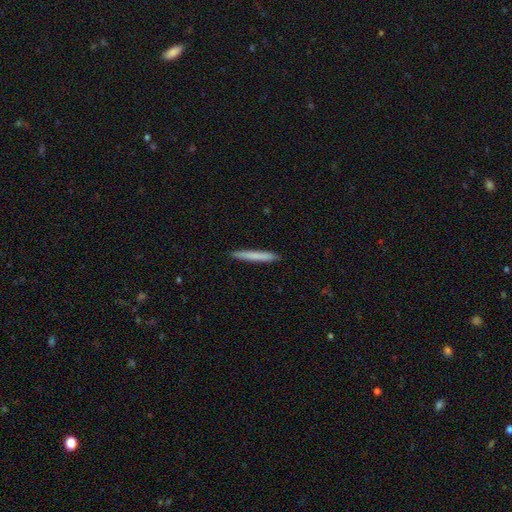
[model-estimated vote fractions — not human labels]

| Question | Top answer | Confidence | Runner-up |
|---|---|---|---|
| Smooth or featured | smooth | 75% | featured or disk (19%) |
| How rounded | cigar-shaped | 97% | in between (2%) |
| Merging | none | 93% | minor disturbance (5%) |